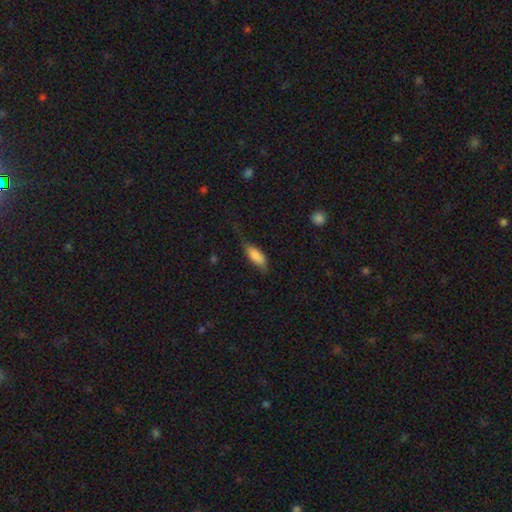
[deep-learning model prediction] A smooth galaxy with no disk features (77%) that is in between round and cigar-shaped (76%).

Vote fractions:
- Smooth or featured? smooth: 77% / featured or disk: 16% / star or artifact: 7%
- How rounded? in between: 76% / cigar-shaped: 21% / round: 3%
- Merging? none: 42% / minor disturbance: 35% / major disturbance: 20% / merger: 3%